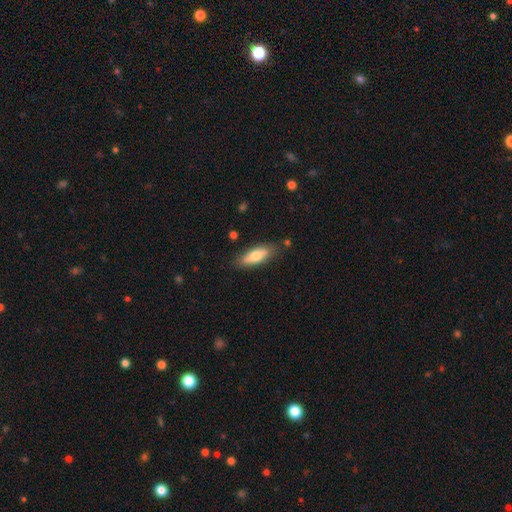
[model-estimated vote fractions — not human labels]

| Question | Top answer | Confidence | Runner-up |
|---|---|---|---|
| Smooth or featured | smooth | 68% | featured or disk (26%) |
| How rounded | in between | 73% | cigar-shaped (25%) |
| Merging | none | 79% | minor disturbance (15%) |